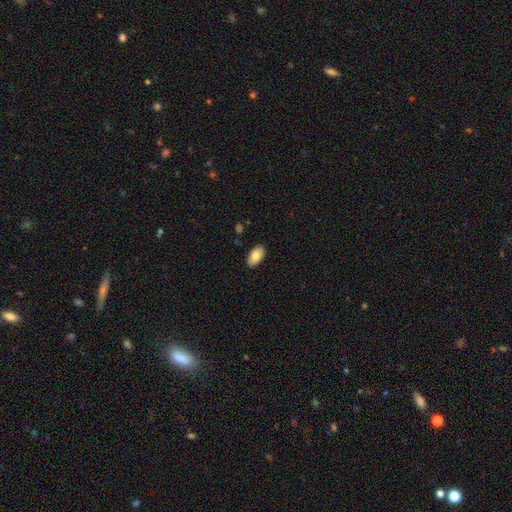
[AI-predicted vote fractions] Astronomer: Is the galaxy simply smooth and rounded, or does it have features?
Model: smooth — 84%.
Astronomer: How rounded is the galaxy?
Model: in between — 95%.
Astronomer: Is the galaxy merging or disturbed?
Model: none — 88%.